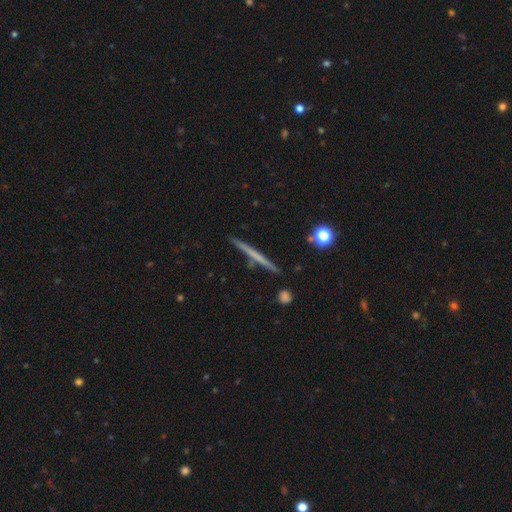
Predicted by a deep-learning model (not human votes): This is possibly a featured or disk galaxy (51%). It is clearly viewed edge-on (97%). Merging: clearly none (90%).